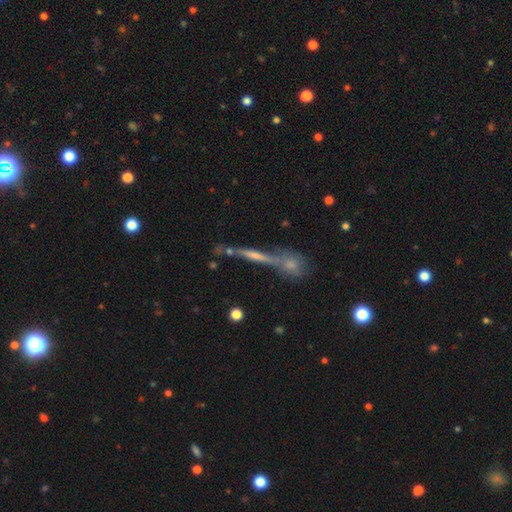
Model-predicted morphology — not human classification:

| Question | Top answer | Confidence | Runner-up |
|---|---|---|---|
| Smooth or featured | featured or disk | 61% | smooth (27%) |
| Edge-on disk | yes | 90% | no (10%) |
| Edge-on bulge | rounded | 45% | none (40%) |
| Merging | none | 59% | merger (23%) |